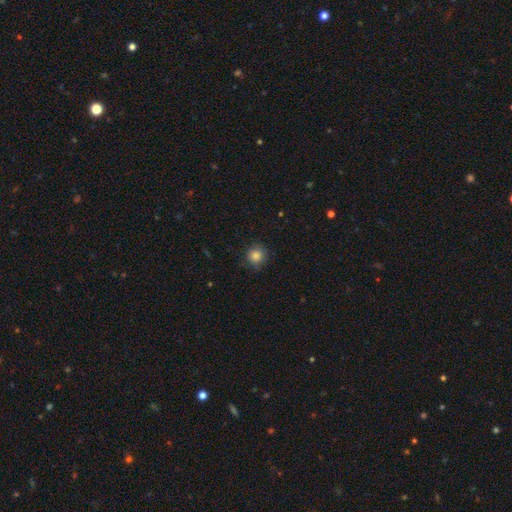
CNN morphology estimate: type=smooth (85%); roundness=round (92%); merging=none (83%).